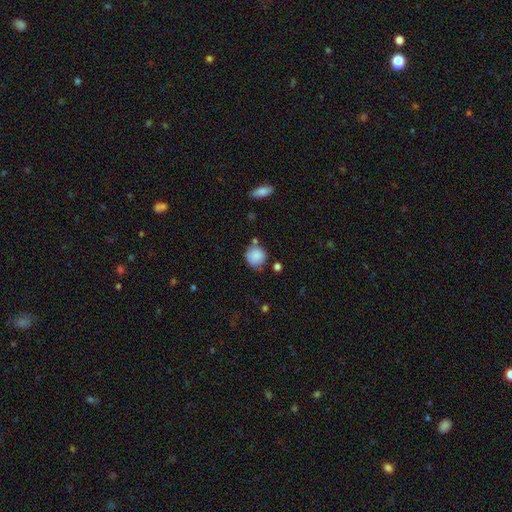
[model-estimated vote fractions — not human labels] Smooth or featured: smooth — 87% (star or artifact — 8%)
How rounded: round — 89% (in between — 10%)
Merging: none — 71% (minor disturbance — 16%)